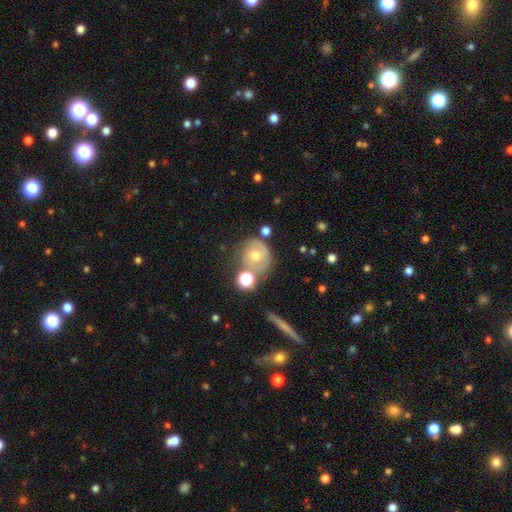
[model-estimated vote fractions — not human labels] Smooth or featured?
  - featured or disk: 48% *
  - smooth: 42%
  - star or artifact: 11%
Merging?
  - none: 47% *
  - minor disturbance: 22%
  - merger: 17%
  - major disturbance: 13%